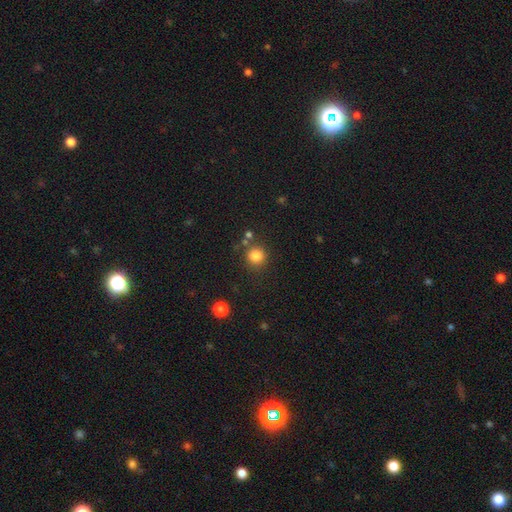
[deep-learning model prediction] Smooth or featured?
  - smooth: 83% *
  - star or artifact: 12%
  - featured or disk: 5%
How rounded?
  - round: 91% *
  - in between: 8%
  - cigar-shaped: 1%
Merging?
  - none: 78% *
  - minor disturbance: 10%
  - merger: 9%
  - major disturbance: 4%